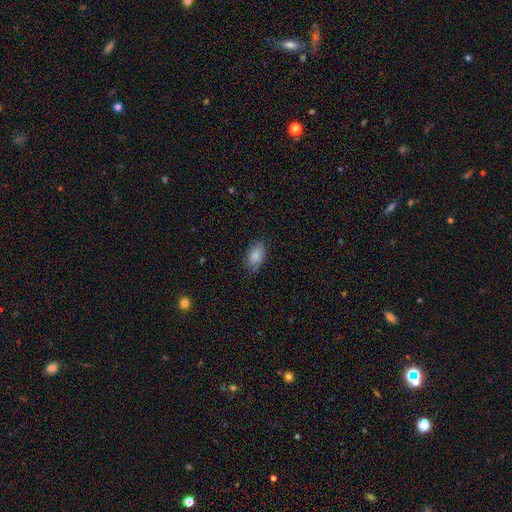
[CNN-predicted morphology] A smooth galaxy with no disk features (85%) that is in between round and cigar-shaped (90%). Merging: none (75%).